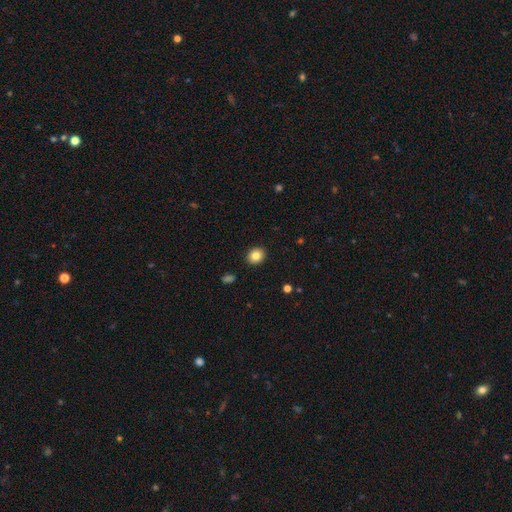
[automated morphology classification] Overall: smooth (83%). How rounded: round (70%). Merging: none (91%).